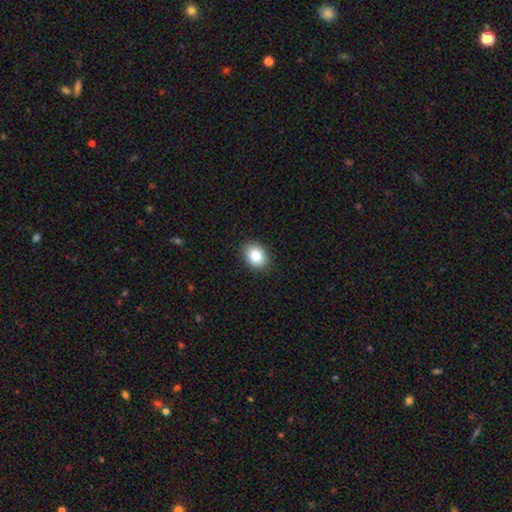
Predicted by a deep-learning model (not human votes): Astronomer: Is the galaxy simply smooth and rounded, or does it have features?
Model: smooth — 85%.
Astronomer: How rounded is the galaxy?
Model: in between — 65%.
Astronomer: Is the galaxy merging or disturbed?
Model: none — 89%.